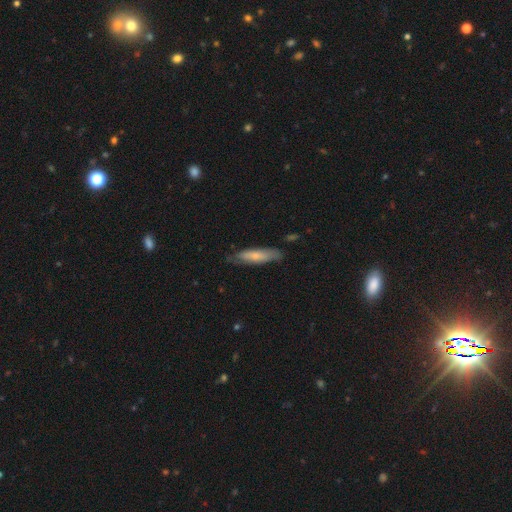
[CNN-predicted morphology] This is likely a smooth galaxy (64%). How rounded: likely cigar-shaped (69%). Merging: likely none (73%).